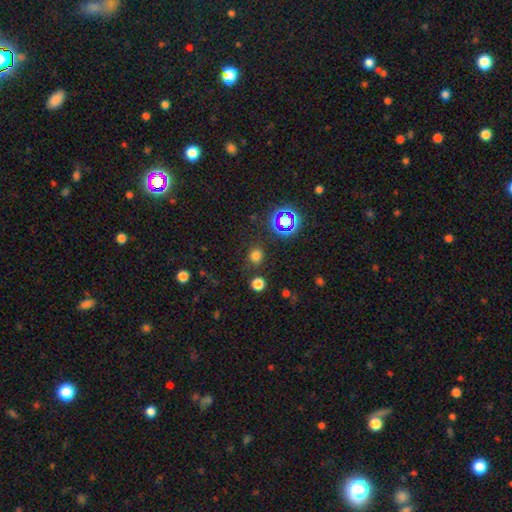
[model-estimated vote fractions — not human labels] A smooth galaxy with no disk features (69%) that is round (82%).

Vote fractions:
- Smooth or featured? smooth: 69% / star or artifact: 25% / featured or disk: 6%
- How rounded? round: 82% / in between: 17% / cigar-shaped: 1%
- Merging? none: 82% / minor disturbance: 9% / merger: 4% / major disturbance: 4%